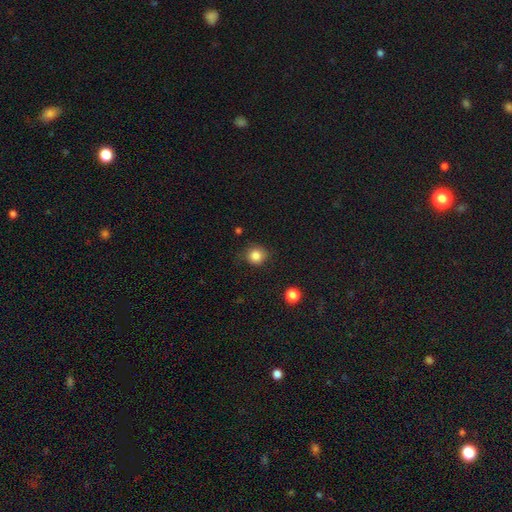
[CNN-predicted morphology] smooth-or-featured: smooth: 85% | star or artifact: 11% | featured or disk: 5%
  how-rounded: round: 88% | in between: 11% | cigar-shaped: 1%
  merging: none: 79% | minor disturbance: 16% | major disturbance: 4% | merger: 2%